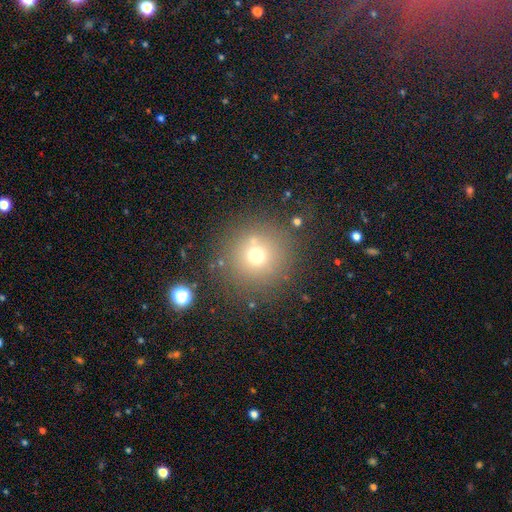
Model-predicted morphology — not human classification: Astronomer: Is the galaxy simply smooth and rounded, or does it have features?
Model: smooth — 66%.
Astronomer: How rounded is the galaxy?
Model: round — 95%.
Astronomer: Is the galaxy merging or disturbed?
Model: none — 81%.